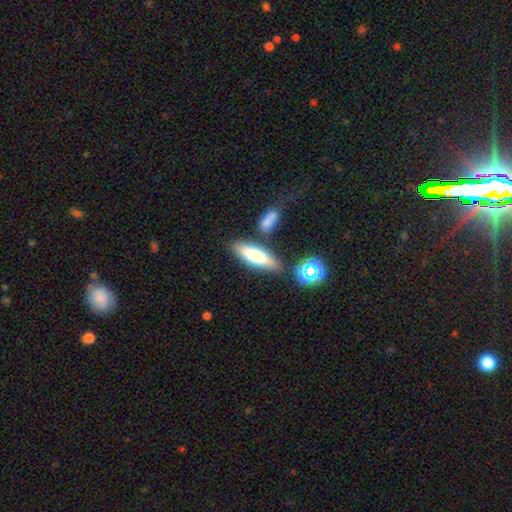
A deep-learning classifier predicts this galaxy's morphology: The model was most divided on "how rounded": cigar-shaped: 51%, in between: 46%, round: 3%. More confident: merging — none (75%); smooth or featured — smooth (66%).